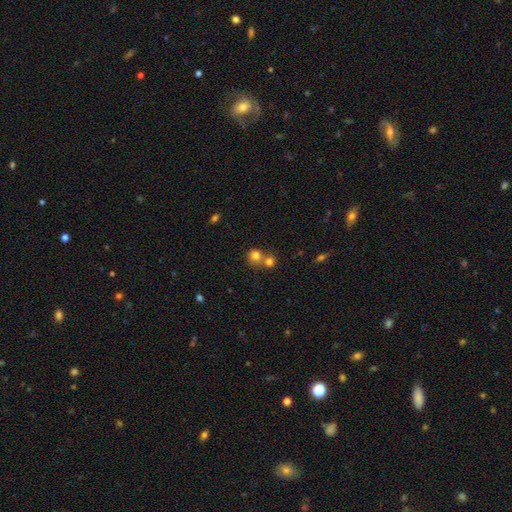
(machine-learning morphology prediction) smooth-or-featured: smooth: 78% | star or artifact: 13% | featured or disk: 9%
  how-rounded: round: 87% | in between: 12% | cigar-shaped: 1%
  merging: none: 47% | merger: 45% | minor disturbance: 6% | major disturbance: 2%